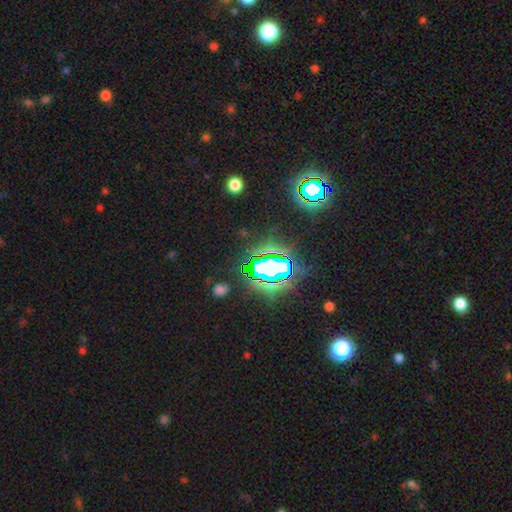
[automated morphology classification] Smooth or featured: star or artifact — 78% (smooth — 13%)